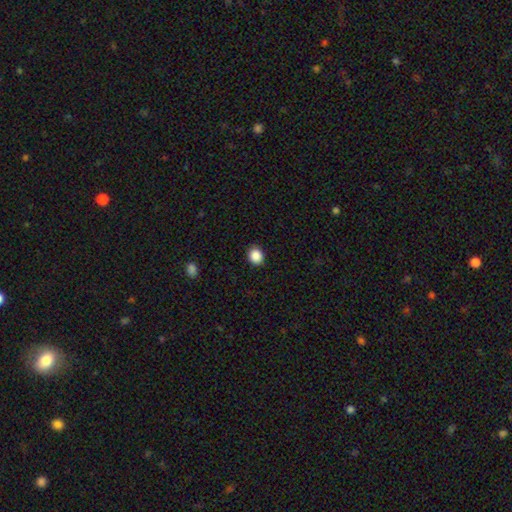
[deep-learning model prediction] smooth 88%, star or artifact 9%, featured or disk 3%. Down the decision tree: how rounded — round (71%); merging — none (90%).